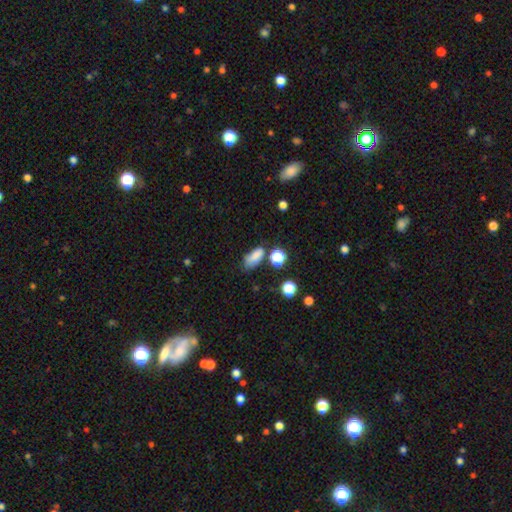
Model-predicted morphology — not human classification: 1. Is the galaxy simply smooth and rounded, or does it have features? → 77% smooth, 14% star or artifact, 9% featured or disk.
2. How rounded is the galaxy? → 83% in between, 9% round, 8% cigar-shaped.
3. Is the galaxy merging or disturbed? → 51% none, 29% minor disturbance, 11% major disturbance, 9% merger.